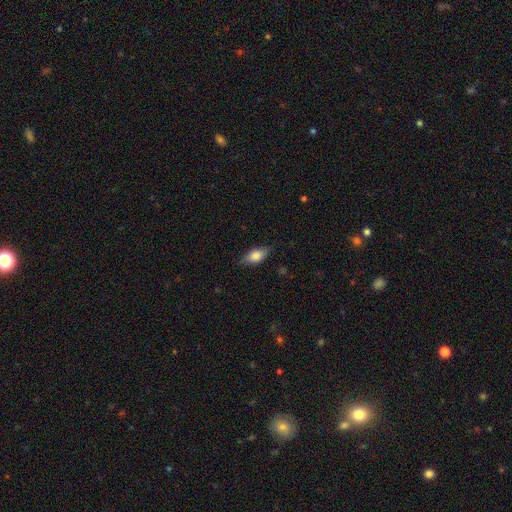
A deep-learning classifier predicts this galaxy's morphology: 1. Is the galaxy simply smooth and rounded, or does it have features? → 72% smooth, 21% featured or disk, 7% star or artifact.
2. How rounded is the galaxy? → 82% in between, 12% cigar-shaped, 6% round.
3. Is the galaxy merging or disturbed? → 79% none, 16% minor disturbance, 3% major disturbance, 1% merger.